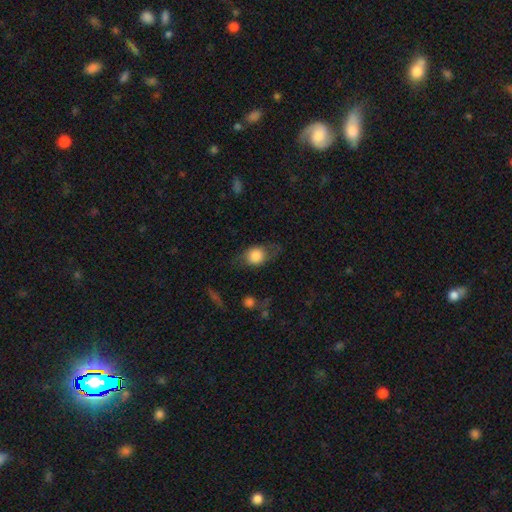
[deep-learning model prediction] Smooth or featured?
  - smooth: 70% *
  - featured or disk: 22%
  - star or artifact: 8%
How rounded?
  - in between: 53% *
  - round: 44%
  - cigar-shaped: 4%
Merging?
  - none: 60% *
  - minor disturbance: 24%
  - major disturbance: 14%
  - merger: 2%